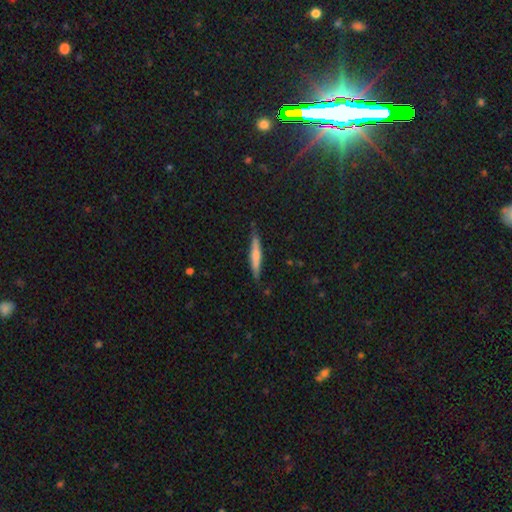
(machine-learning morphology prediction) A smooth galaxy with no disk features (55%) that is cigar-shaped (92%).

Vote fractions:
- Smooth or featured? smooth: 55% / featured or disk: 39% / star or artifact: 6%
- How rounded? cigar-shaped: 92% / in between: 6% / round: 2%
- Merging? none: 82% / minor disturbance: 14% / major disturbance: 2% / merger: 2%